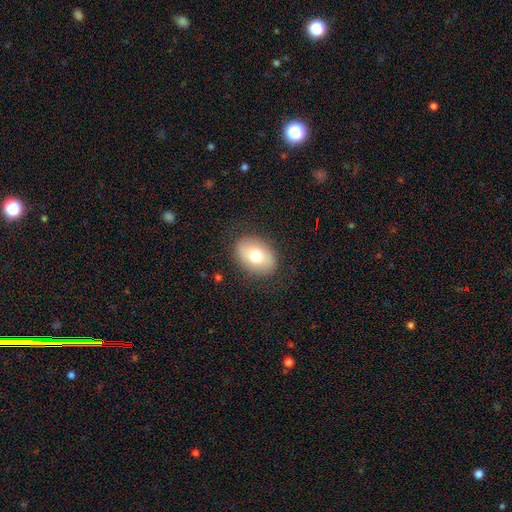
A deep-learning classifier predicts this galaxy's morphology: smooth-or-featured: smooth: 73% | featured or disk: 19% | star or artifact: 7%
  how-rounded: in between: 78% | round: 21% | cigar-shaped: 1%
  merging: none: 84% | minor disturbance: 11% | major disturbance: 4% | merger: 1%